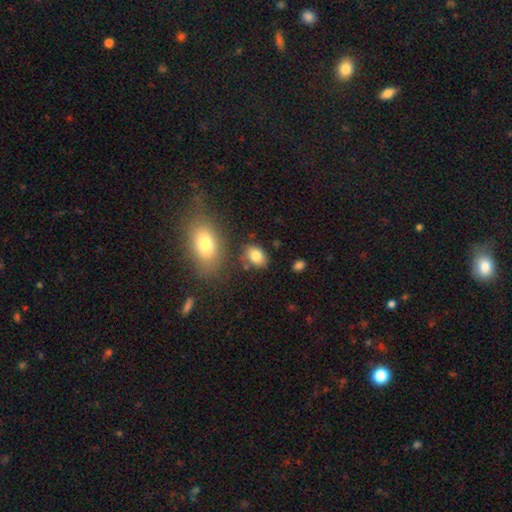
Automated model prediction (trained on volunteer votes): smooth 82%, featured or disk 9%, star or artifact 9%. Down the decision tree: how rounded — in between (79%); merging — none (77%).